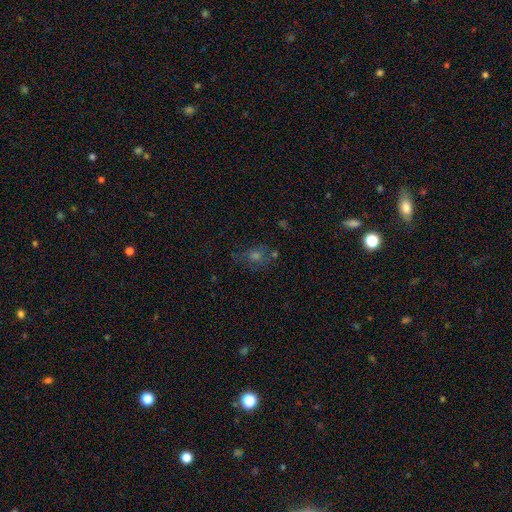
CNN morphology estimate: type=smooth (44%); merging=none (68%).